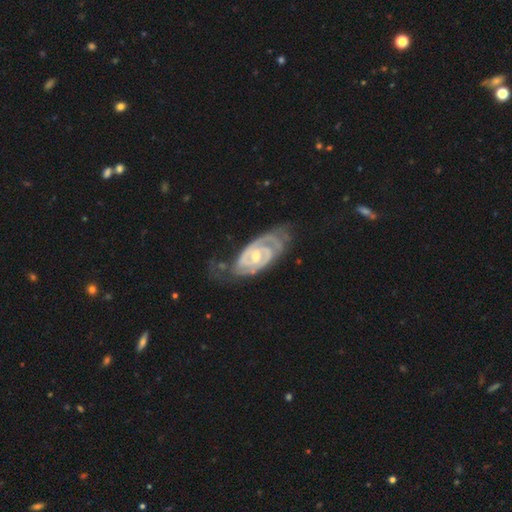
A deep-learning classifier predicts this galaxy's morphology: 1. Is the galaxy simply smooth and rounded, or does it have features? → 91% featured or disk, 5% smooth, 4% star or artifact.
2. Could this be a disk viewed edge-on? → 96% no, 4% yes.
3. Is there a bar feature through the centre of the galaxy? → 49% no, 37% weak, 14% strong.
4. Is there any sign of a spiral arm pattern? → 97% yes, 3% no.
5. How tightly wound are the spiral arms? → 73% tight, 22% medium, 4% loose.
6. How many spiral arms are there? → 76% 2, 9% can't tell, 7% 3, 3% 1, 2% 4, 2% more than 4.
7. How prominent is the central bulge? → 55% moderate, 41% small, 2% large, 1% none, 1% dominant.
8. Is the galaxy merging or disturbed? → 59% none, 25% minor disturbance, 13% major disturbance, 2% merger.